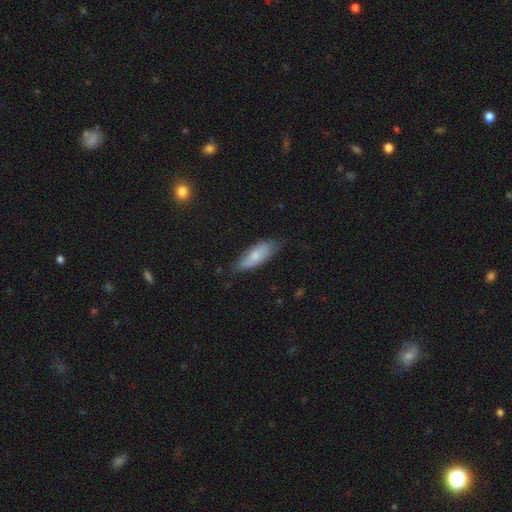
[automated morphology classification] smooth-or-featured: smooth: 70% | featured or disk: 24% | star or artifact: 6%
  how-rounded: in between: 62% | cigar-shaped: 35% | round: 2%
  merging: none: 71% | minor disturbance: 23% | major disturbance: 4% | merger: 1%